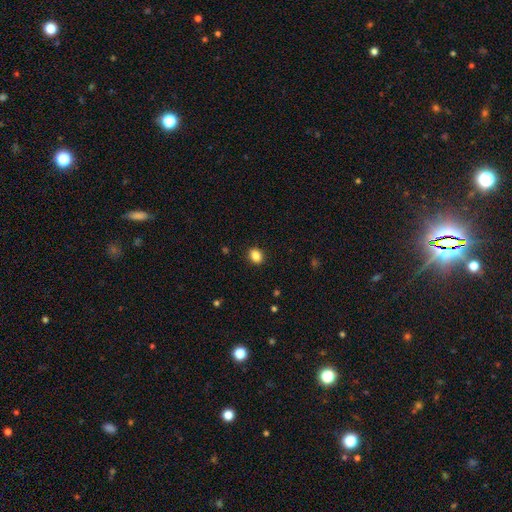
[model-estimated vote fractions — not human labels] A smooth galaxy with no disk features (87%) that is in between round and cigar-shaped (51%). Merging: none (90%).